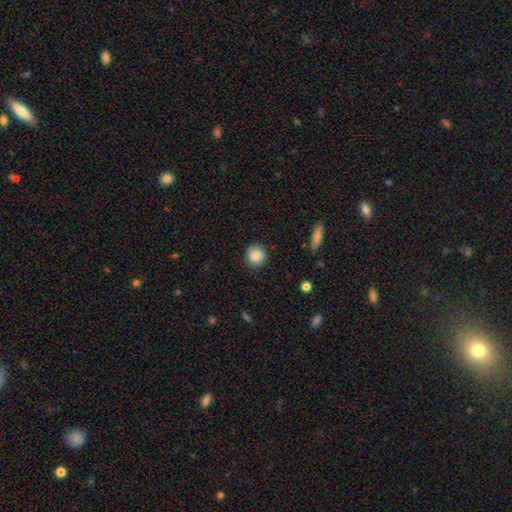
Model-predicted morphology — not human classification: Smooth or featured: smooth — 87% (star or artifact — 8%)
How rounded: round — 88% (in between — 11%)
Merging: none — 85% (minor disturbance — 11%)